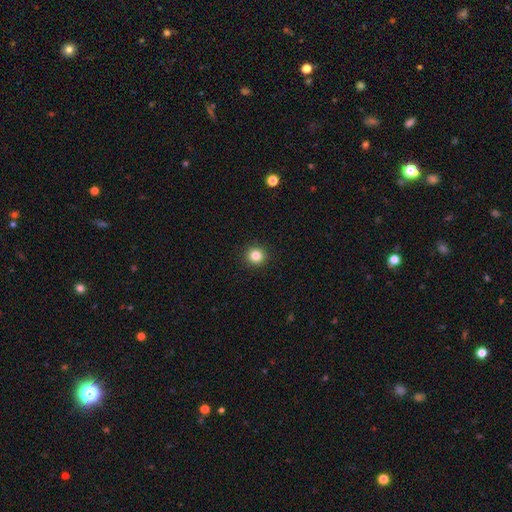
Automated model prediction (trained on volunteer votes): Smooth or featured? smooth (83%)
How rounded? round (93%)
Merging? none (93%)